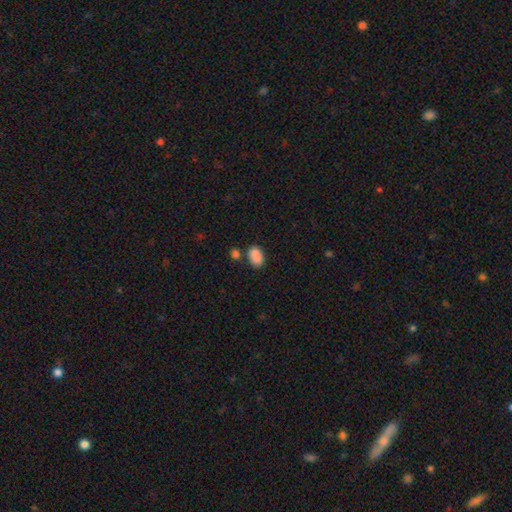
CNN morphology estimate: Smooth or featured: smooth — 86% (star or artifact — 9%)
How rounded: in between — 86% (round — 13%)
Merging: none — 60% (merger — 18%)